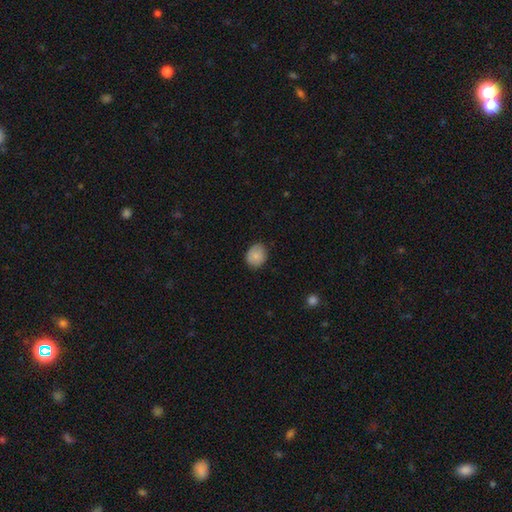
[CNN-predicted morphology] type=smooth (84%); roundness=round (59%); merging=none (83%).